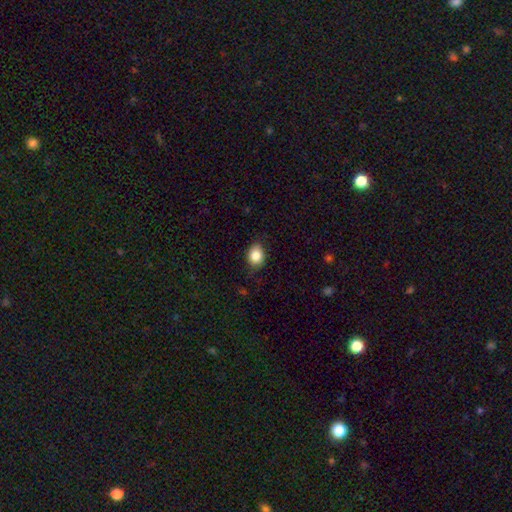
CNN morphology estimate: smooth 86%, star or artifact 9%, featured or disk 6%. Down the decision tree: how rounded — in between (62%); merging — none (80%).